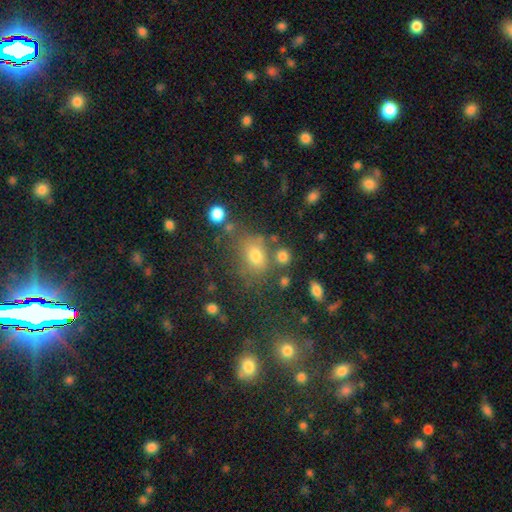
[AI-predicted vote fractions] Q: Smooth or featured?
A: smooth (67%); runner-up: star or artifact (22%)
Q: How rounded?
A: in between (55%); runner-up: round (43%)
Q: Merging?
A: none (67%); runner-up: minor disturbance (16%)